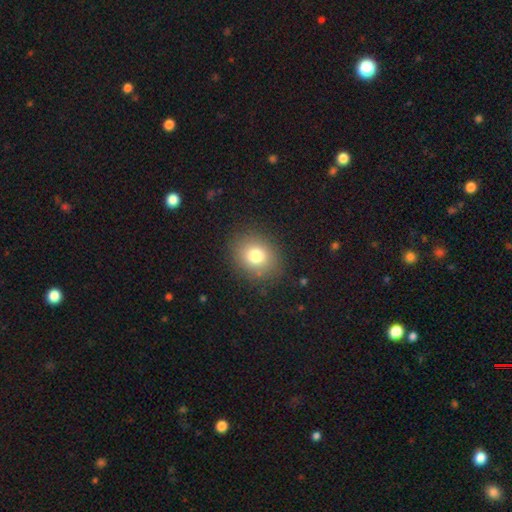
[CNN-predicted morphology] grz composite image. It shows a smooth galaxy with no disk features (79%) that is round (61%). Merging: none (86%).